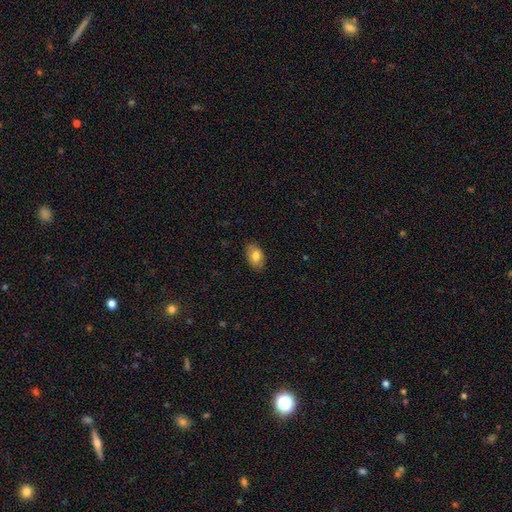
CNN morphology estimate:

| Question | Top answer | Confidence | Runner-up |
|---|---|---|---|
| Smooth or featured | smooth | 81% | featured or disk (12%) |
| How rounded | in between | 88% | round (10%) |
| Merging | none | 87% | minor disturbance (10%) |